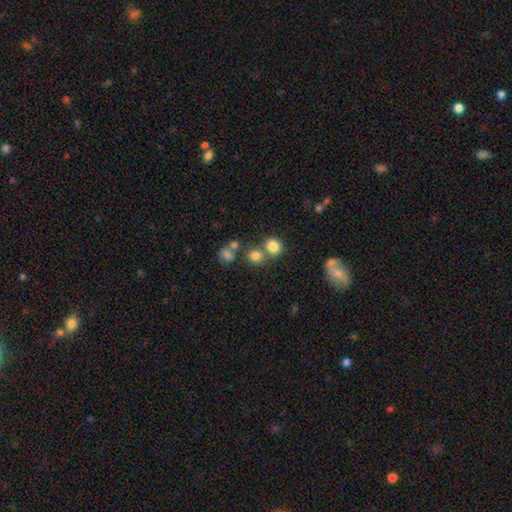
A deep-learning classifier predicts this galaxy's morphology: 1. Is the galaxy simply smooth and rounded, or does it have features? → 78% smooth, 14% star or artifact, 8% featured or disk.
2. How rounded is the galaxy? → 83% round, 16% in between, 1% cigar-shaped.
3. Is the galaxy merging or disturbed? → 58% none, 30% merger, 8% minor disturbance, 4% major disturbance.